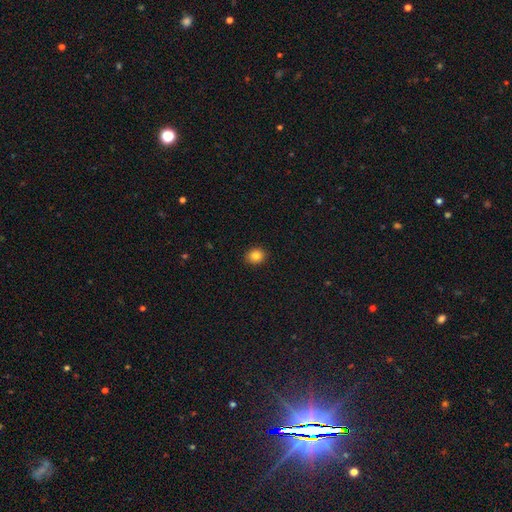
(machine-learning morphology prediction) Overall: smooth (83%). How rounded: round (68%; in between 31%). Merging: none (91%).